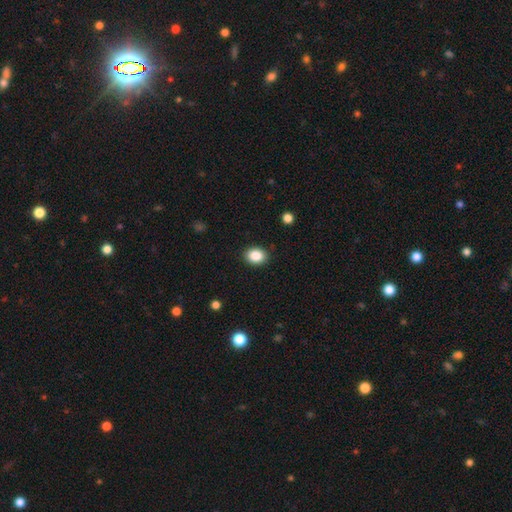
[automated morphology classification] The model was most divided on "how rounded": in between: 55%, round: 44%, cigar-shaped: 1%. More confident: merging — none (89%); smooth or featured — smooth (87%).